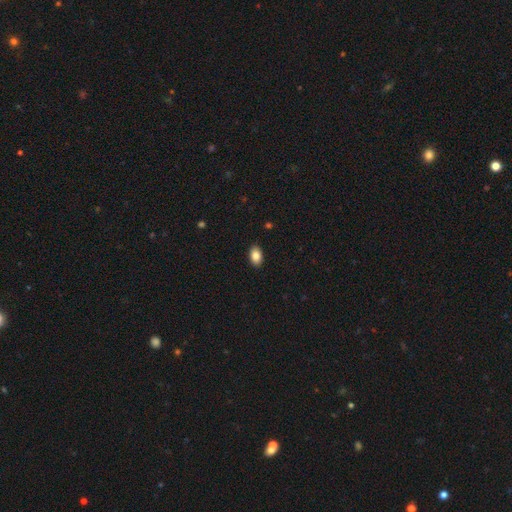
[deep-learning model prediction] Morphology: type=smooth (86%); roundness=in between (91%); merging=none (90%).